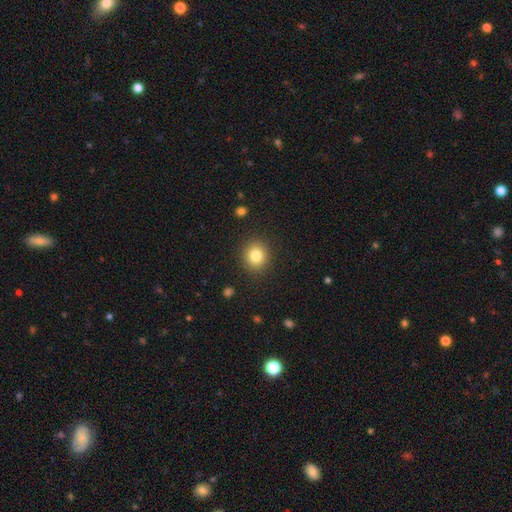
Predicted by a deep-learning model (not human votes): This is clearly a smooth galaxy (82%). How rounded: clearly round (85%). Merging: clearly none (90%).